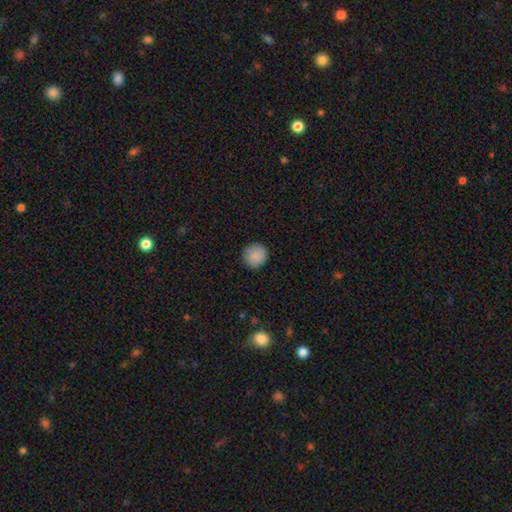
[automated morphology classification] Smooth or featured? Predicted: smooth (p=0.88). How rounded? Predicted: round (p=0.94). Merging? Predicted: none (p=0.90).